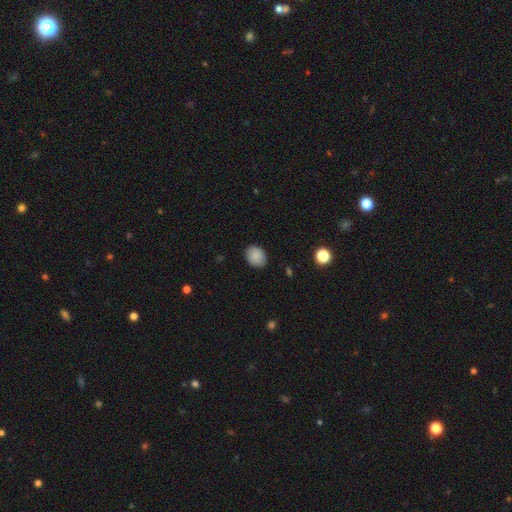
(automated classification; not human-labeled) smooth 88%, star or artifact 8%, featured or disk 4%. Down the decision tree: how rounded — in between (55%); merging — none (87%).